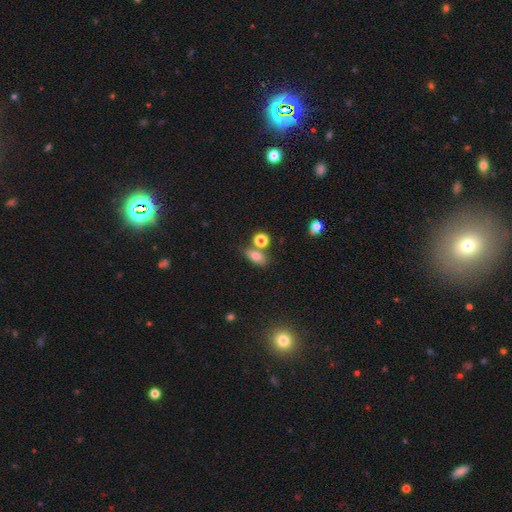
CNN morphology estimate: Smooth or featured? Predicted: smooth (p=0.79). How rounded? Predicted: in between (p=0.80). Merging? Predicted: none (p=0.62).